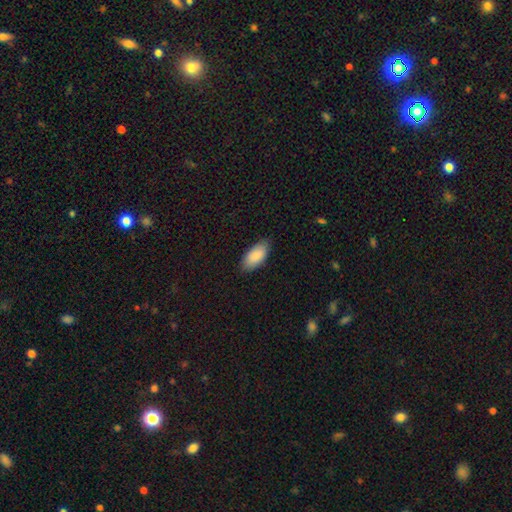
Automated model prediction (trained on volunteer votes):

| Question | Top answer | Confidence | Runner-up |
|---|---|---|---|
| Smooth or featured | smooth | 89% | featured or disk (6%) |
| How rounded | in between | 92% | cigar-shaped (6%) |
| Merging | none | 84% | minor disturbance (12%) |